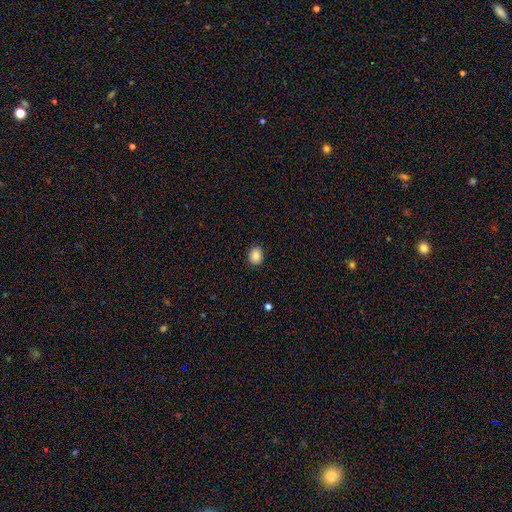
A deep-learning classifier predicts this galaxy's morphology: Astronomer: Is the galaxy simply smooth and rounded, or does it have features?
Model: smooth — 86%.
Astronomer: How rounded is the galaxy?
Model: round — 50% (runner-up: in between, 49%).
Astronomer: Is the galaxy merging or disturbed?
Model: none — 88%.